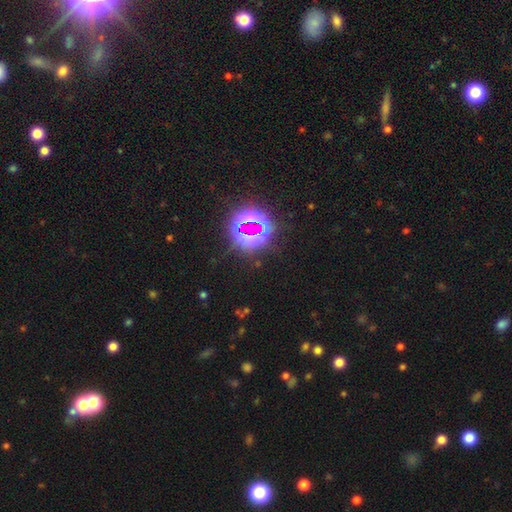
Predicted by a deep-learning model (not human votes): This appears to be a star or artifact, not a galaxy (82%).